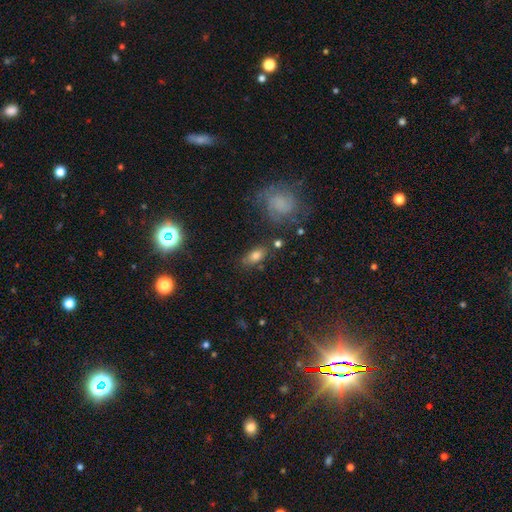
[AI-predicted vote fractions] The model was most divided on "smooth or featured": smooth: 72%, featured or disk: 15%, star or artifact: 13%. More confident: how rounded — in between (85%); merging — none (75%).